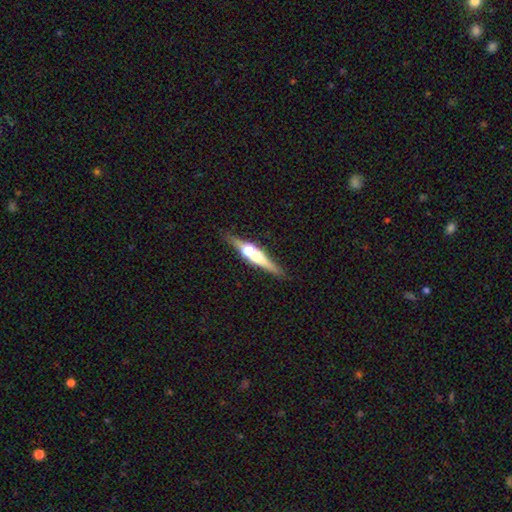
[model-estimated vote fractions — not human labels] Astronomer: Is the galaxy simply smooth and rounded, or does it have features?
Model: featured or disk — 66%.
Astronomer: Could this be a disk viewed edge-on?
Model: yes — 93%.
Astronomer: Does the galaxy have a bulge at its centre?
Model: rounded — 94%.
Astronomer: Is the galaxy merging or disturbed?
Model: none — 67%.